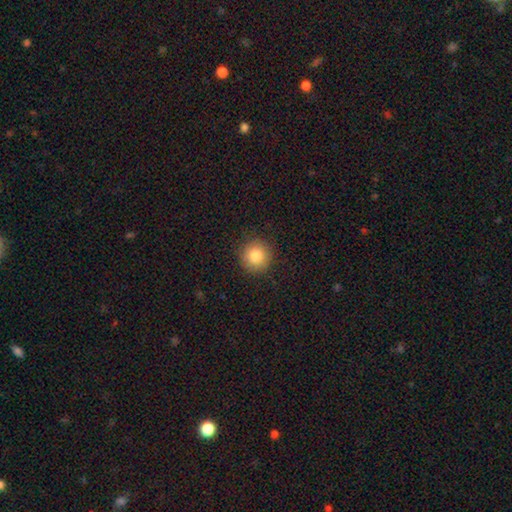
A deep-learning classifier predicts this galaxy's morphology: Smooth or featured: smooth — 83% (star or artifact — 10%)
How rounded: round — 94% (in between — 5%)
Merging: none — 90% (minor disturbance — 6%)